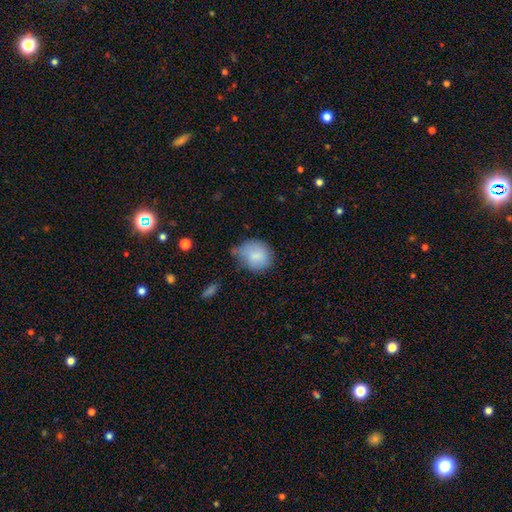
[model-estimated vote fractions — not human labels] Smooth or featured: smooth — 81% (featured or disk — 11%)
How rounded: round — 65% (in between — 34%)
Merging: minor disturbance — 41% (none — 38%)